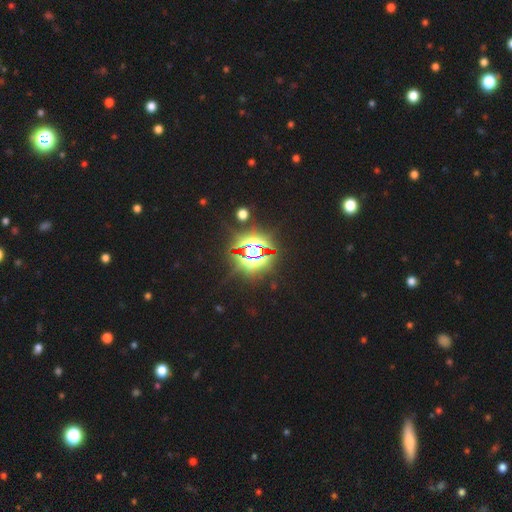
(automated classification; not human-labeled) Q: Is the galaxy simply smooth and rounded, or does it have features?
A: star or artifact — 86%.